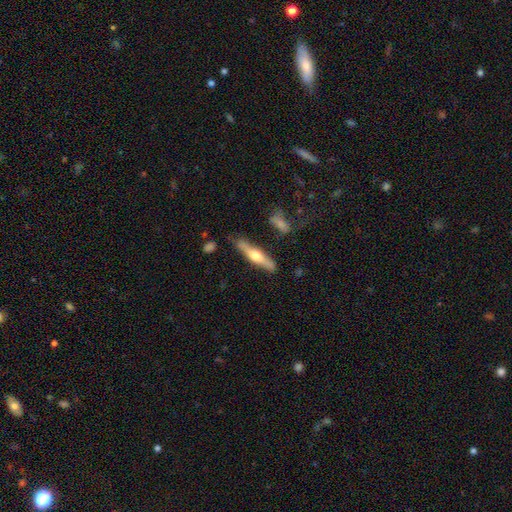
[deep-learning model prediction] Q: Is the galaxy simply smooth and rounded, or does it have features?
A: featured or disk — 58%.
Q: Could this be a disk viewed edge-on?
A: yes — 94%.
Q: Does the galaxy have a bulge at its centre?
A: rounded — 92%.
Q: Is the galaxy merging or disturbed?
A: none — 81%.